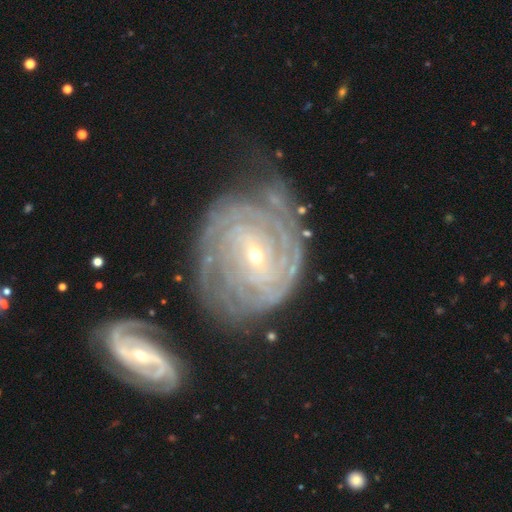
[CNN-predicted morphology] featured or disk 89%, smooth 6%, star or artifact 5%. Down the decision tree: edge-on disk — no (97%); bar — weak (42%); spiral arms — yes (97%); spiral arm count — can't tell (29%); spiral winding — tight (85%); bulge size — small (77%); merging — none (69%).